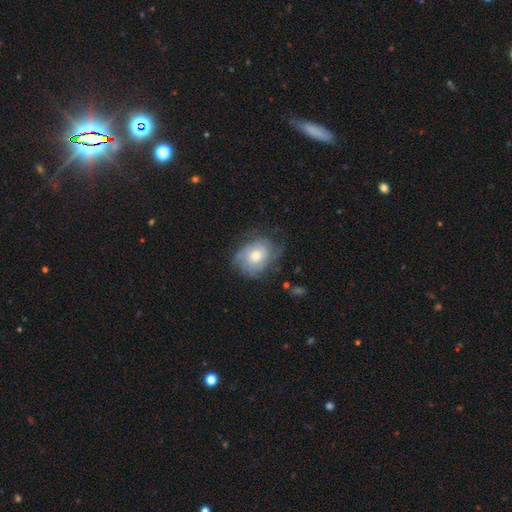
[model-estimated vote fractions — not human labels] This is possibly a featured or disk galaxy (48%). Merging: likely none (60%).